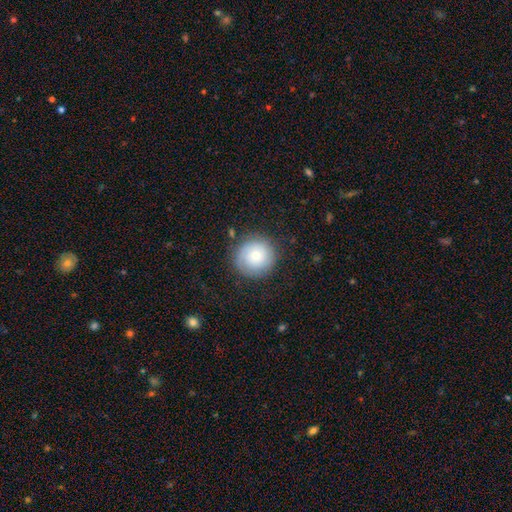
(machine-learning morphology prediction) type=smooth (59%); roundness=round (94%); merging=none (83%).